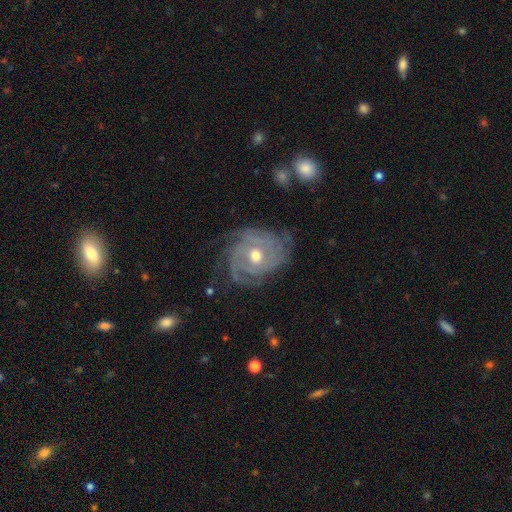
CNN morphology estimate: Smooth or featured? featured or disk (87%)
Edge-on disk? no (97%)
Bar? no (69%)
Spiral arms? yes (95%)
Spiral winding? tight (70%)
Spiral arm count? can't tell (28%, tied with 3)
Bulge size? moderate (73%)
Merging? none (68%)